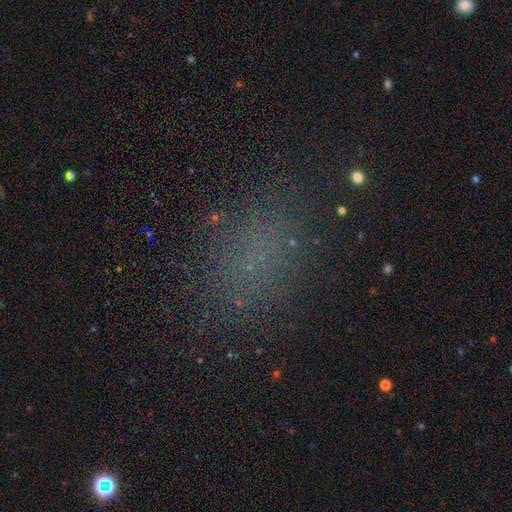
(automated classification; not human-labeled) Q: Smooth or featured?
A: smooth (67%); runner-up: star or artifact (24%)
Q: How rounded?
A: in between (77%); runner-up: round (19%)
Q: Merging?
A: none (82%); runner-up: minor disturbance (12%)